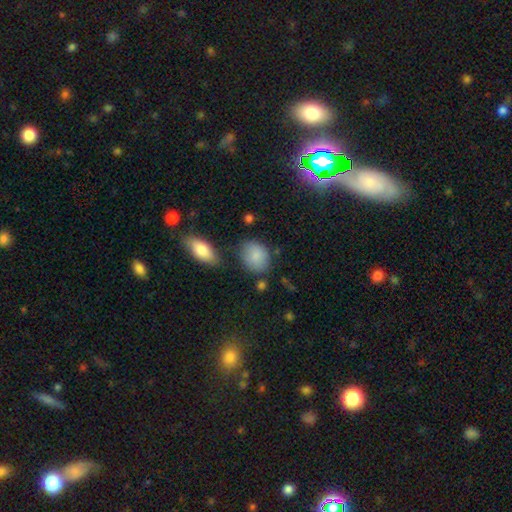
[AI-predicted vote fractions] This is clearly a smooth galaxy (86%). How rounded: possibly in between (54%). Merging: likely none (71%).